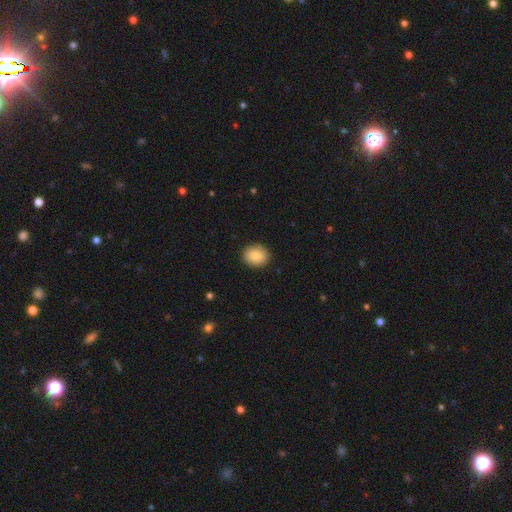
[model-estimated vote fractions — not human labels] This appears to be a smooth galaxy with no disk features (85%) that is round (62%). Merging: none (88%).